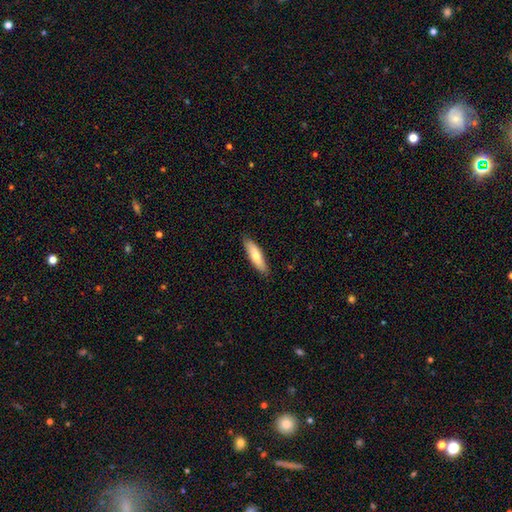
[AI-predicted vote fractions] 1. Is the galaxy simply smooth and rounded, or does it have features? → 69% smooth, 26% featured or disk, 5% star or artifact.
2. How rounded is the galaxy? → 69% cigar-shaped, 29% in between, 2% round.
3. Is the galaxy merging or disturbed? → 88% none, 10% minor disturbance, 2% major disturbance, 1% merger.